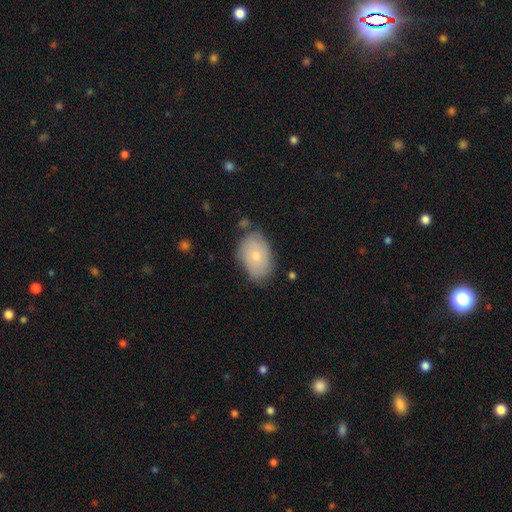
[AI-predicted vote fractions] Smooth or featured?
  - smooth: 68% *
  - featured or disk: 26%
  - star or artifact: 7%
How rounded?
  - in between: 89% *
  - round: 10%
  - cigar-shaped: 1%
Merging?
  - none: 67% *
  - minor disturbance: 25%
  - major disturbance: 5%
  - merger: 3%